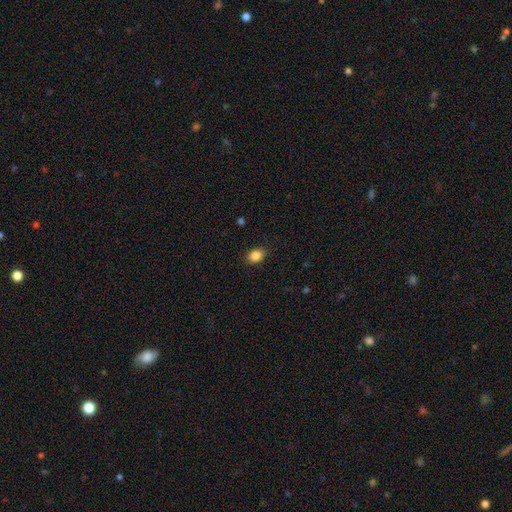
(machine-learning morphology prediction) type=smooth (87%); roundness=in between (67%); merging=none (86%).